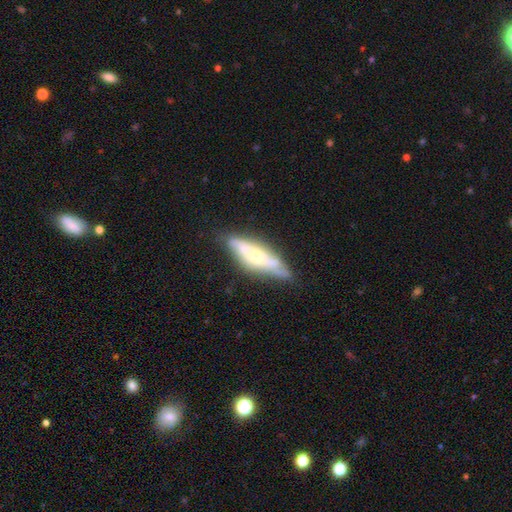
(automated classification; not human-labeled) This appears to be a featured or disk galaxy (65%) viewed edge-on (65%). Merging: none (66%).